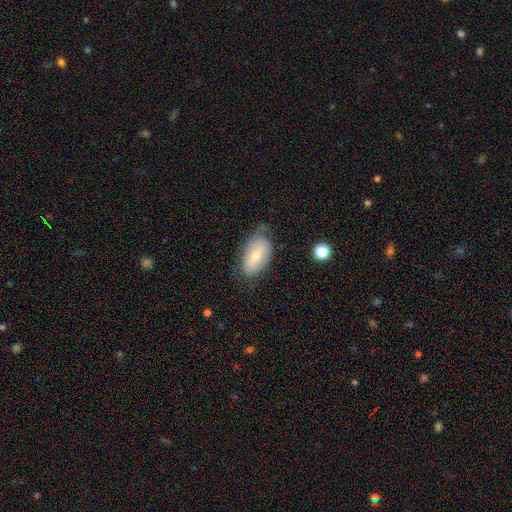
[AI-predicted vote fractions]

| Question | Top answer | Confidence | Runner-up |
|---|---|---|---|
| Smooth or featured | smooth | 58% | featured or disk (35%) |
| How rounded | in between | 93% | round (5%) |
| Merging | none | 61% | minor disturbance (28%) |